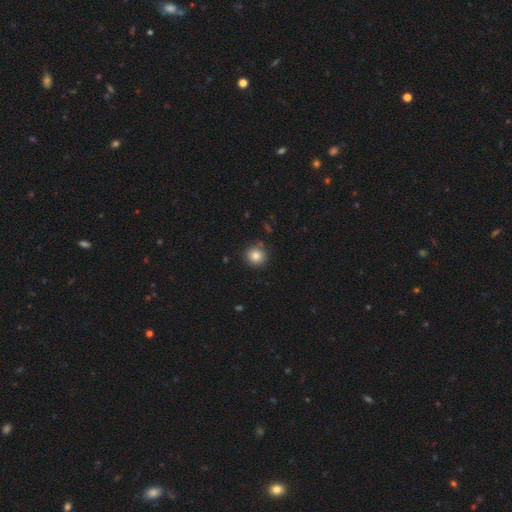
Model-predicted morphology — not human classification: This is clearly a smooth galaxy (83%). How rounded: clearly round (93%). Merging: clearly none (86%).